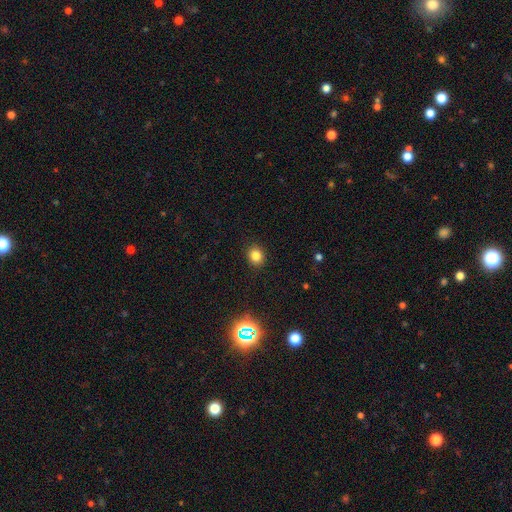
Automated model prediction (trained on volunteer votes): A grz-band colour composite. It shows a smooth galaxy with no disk features (81%) that is round (73%). Merging: none (90%).